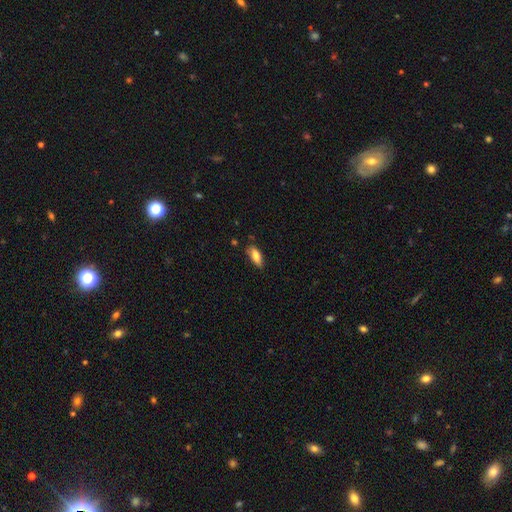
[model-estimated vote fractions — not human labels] Smooth or featured?
  - smooth: 81% *
  - featured or disk: 13%
  - star or artifact: 7%
How rounded?
  - in between: 75% *
  - cigar-shaped: 23%
  - round: 2%
Merging?
  - none: 78% *
  - minor disturbance: 17%
  - major disturbance: 3%
  - merger: 2%